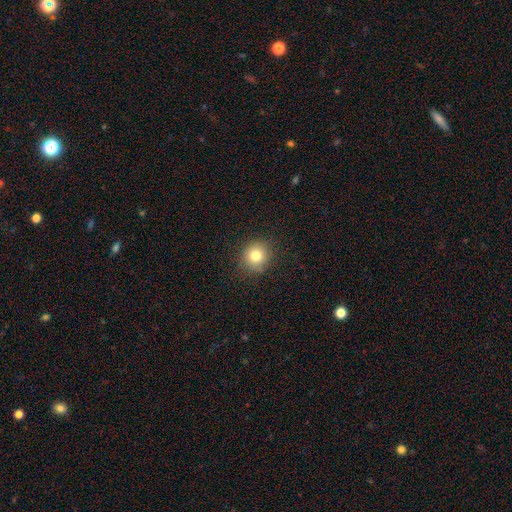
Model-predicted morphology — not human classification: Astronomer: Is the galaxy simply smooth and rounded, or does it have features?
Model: smooth — 79%.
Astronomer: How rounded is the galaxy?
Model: round — 86%.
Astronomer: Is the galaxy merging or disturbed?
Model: none — 86%.